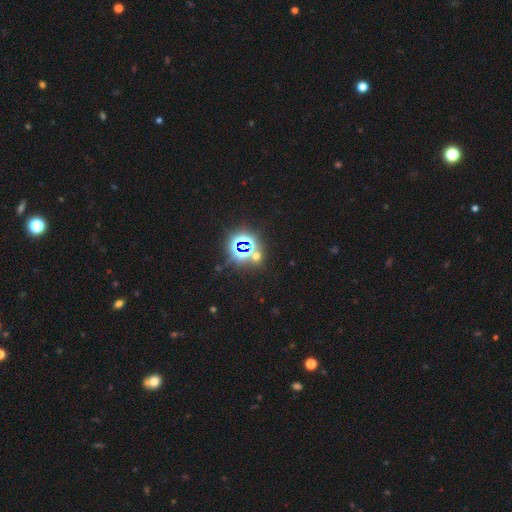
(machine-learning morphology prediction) This appears to be a star or artifact, not a galaxy (72%).